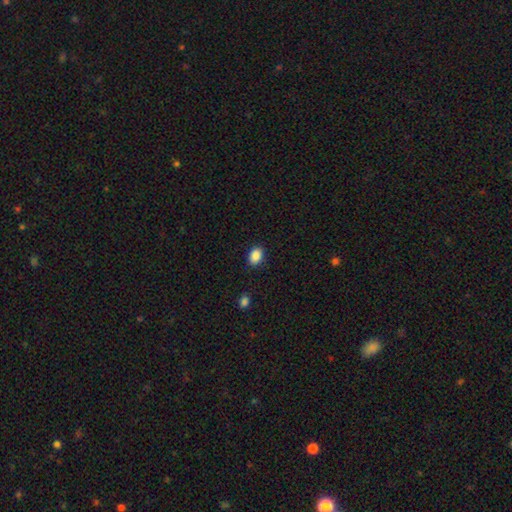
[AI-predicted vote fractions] Smooth or featured?
  - smooth: 88% *
  - star or artifact: 8%
  - featured or disk: 4%
How rounded?
  - in between: 75% *
  - round: 24%
  - cigar-shaped: 1%
Merging?
  - none: 87% *
  - minor disturbance: 10%
  - major disturbance: 2%
  - merger: 1%